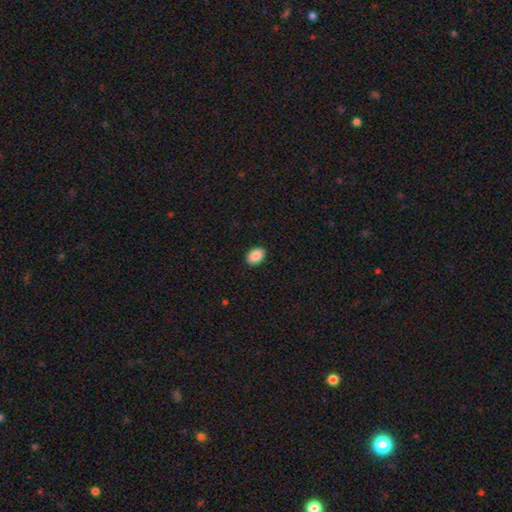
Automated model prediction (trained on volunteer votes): Q: Smooth or featured?
A: smooth (89%); runner-up: star or artifact (8%)
Q: How rounded?
A: in between (83%); runner-up: round (16%)
Q: Merging?
A: none (90%); runner-up: minor disturbance (7%)